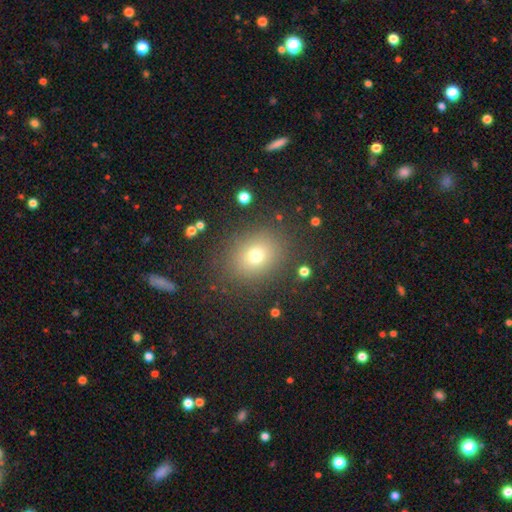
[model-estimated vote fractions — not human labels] Q: Smooth or featured?
A: smooth (71%); runner-up: star or artifact (18%)
Q: How rounded?
A: round (62%); runner-up: in between (37%)
Q: Merging?
A: none (85%); runner-up: minor disturbance (9%)